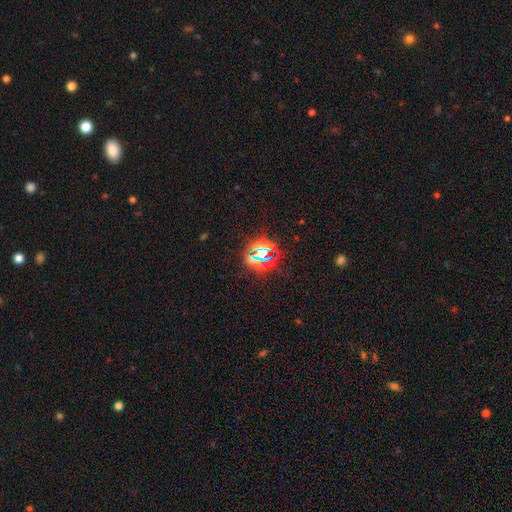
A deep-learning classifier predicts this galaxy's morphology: This is likely a star or artifact rather than a galaxy (73%).